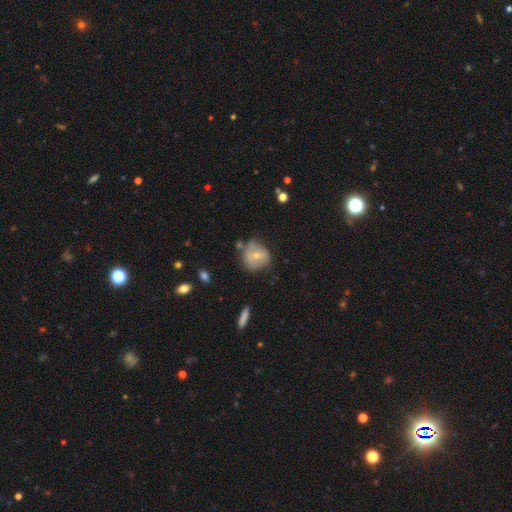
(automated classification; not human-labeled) A smooth galaxy with no disk features (54%) that is round (74%). Merging: none (52%).